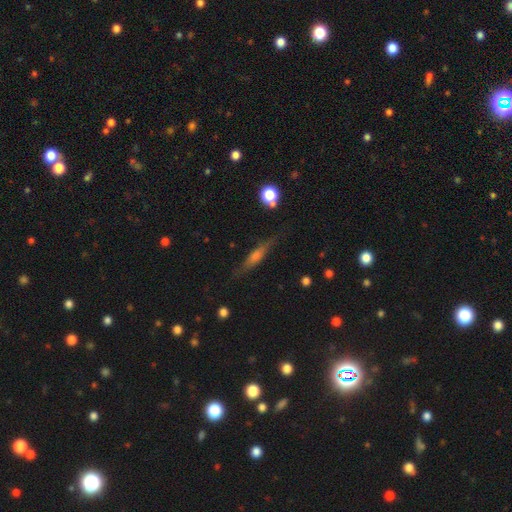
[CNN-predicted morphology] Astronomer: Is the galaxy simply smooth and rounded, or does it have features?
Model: featured or disk — 52% (runner-up: smooth, 38%).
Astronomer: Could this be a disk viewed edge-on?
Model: yes — 91%.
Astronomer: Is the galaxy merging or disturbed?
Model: none — 81%.